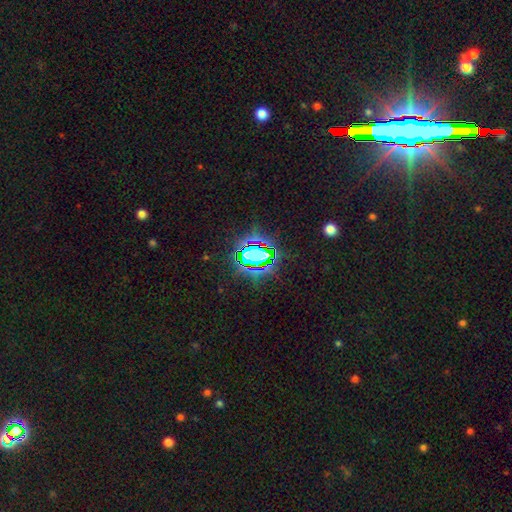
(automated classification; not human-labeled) This is likely a star or artifact rather than a galaxy (72%).